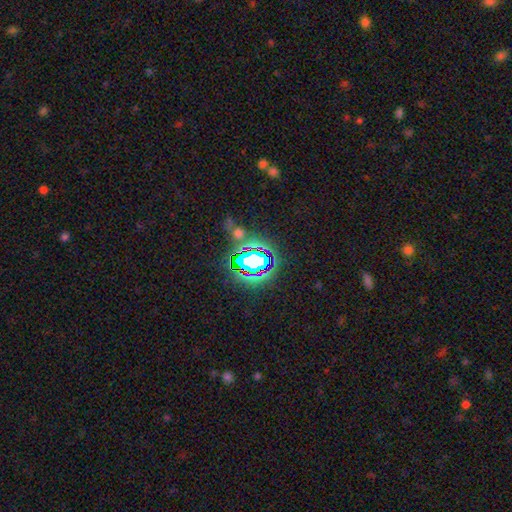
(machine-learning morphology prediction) This is likely a star or artifact rather than a galaxy (79%).